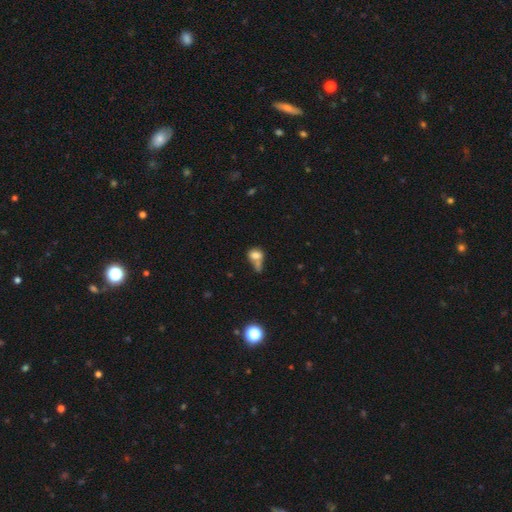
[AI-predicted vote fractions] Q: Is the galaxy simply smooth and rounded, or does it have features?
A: smooth — 72%.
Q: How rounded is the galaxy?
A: in between — 61%.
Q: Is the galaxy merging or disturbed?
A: merger — 47%.